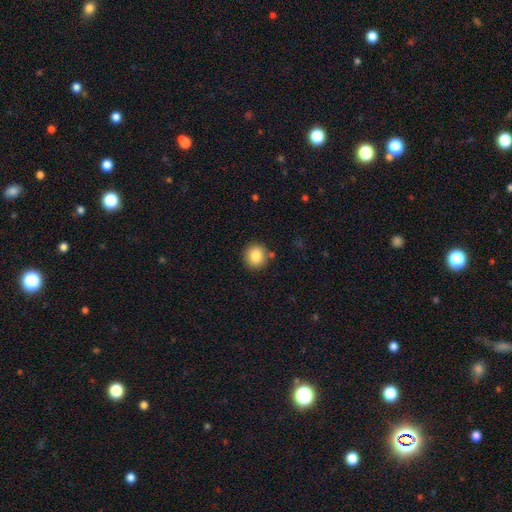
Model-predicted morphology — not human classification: Smooth or featured? Predicted: smooth (p=0.85). How rounded? Predicted: round (p=0.89). Merging? Predicted: none (p=0.86).